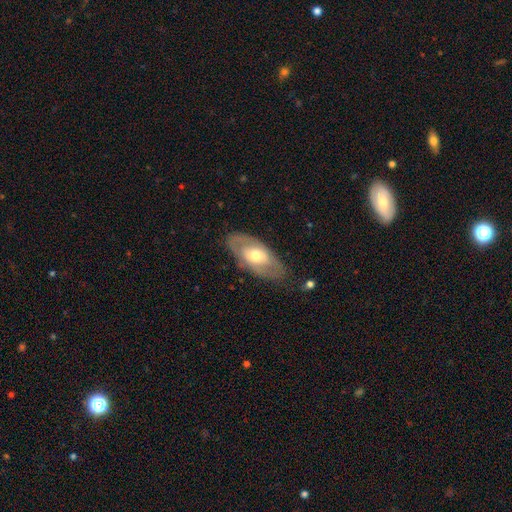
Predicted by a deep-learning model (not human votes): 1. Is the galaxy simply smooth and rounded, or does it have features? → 57% featured or disk, 37% smooth, 5% star or artifact.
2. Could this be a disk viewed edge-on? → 85% no, 15% yes.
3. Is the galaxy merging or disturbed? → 75% none, 18% minor disturbance, 6% major disturbance, 2% merger.